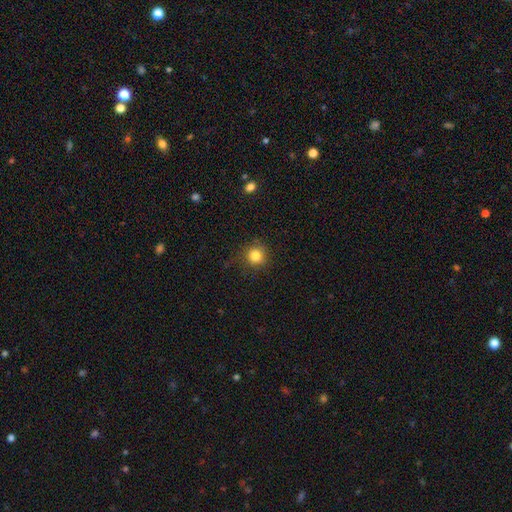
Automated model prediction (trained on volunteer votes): This appears to be a smooth galaxy with no disk features (83%) that is round (92%). Merging: none (84%).